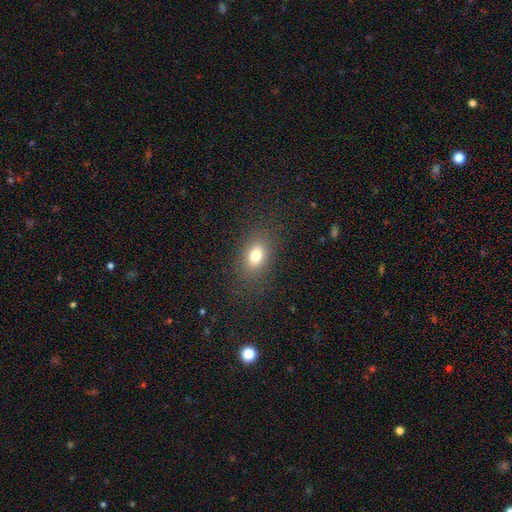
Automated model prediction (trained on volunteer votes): Smooth or featured? smooth (77%)
How rounded? in between (78%)
Merging? none (84%)